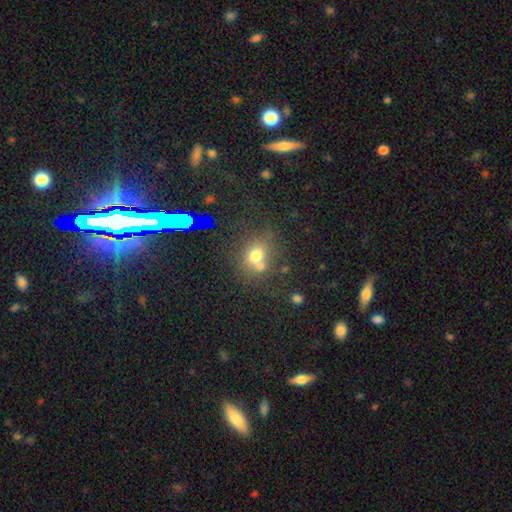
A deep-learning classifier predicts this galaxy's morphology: This appears to be a smooth galaxy with no disk features (66%) that is round (56%). Merging: none (47%).